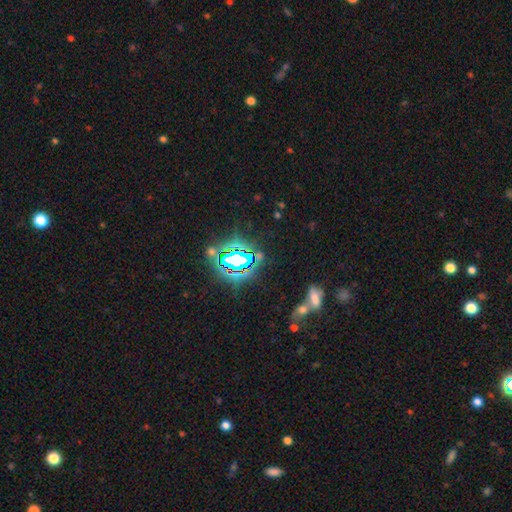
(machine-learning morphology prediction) A star or artifact, not a galaxy (78%).

Vote fractions:
- Smooth or featured? star or artifact: 78% / smooth: 12% / featured or disk: 10%